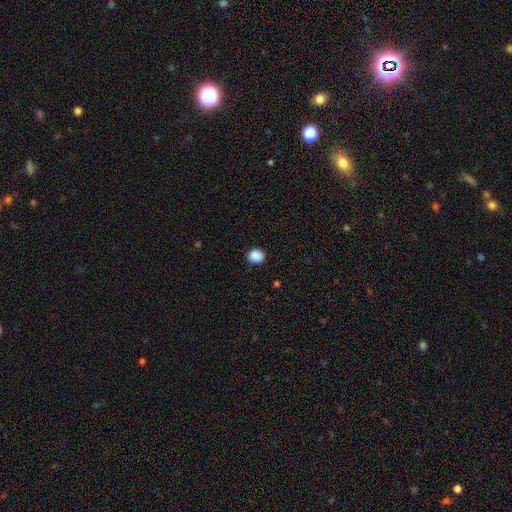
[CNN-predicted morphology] This is clearly a smooth galaxy (88%). How rounded: likely round (74%). Merging: clearly none (89%).